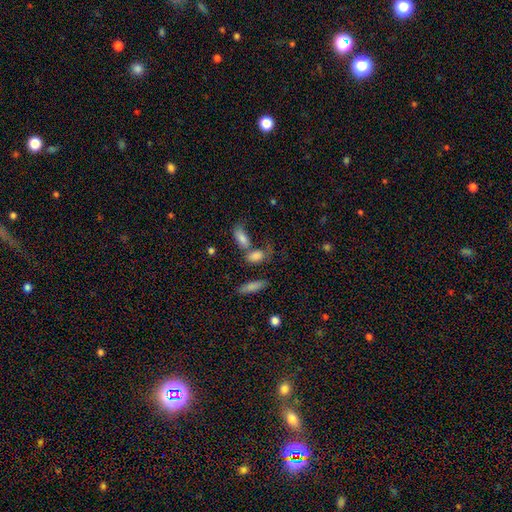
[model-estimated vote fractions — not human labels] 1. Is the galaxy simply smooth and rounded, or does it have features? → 78% smooth, 12% featured or disk, 10% star or artifact.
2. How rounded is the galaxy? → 77% in between, 13% cigar-shaped, 9% round.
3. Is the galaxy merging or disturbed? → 42% none, 32% merger, 15% minor disturbance, 10% major disturbance.